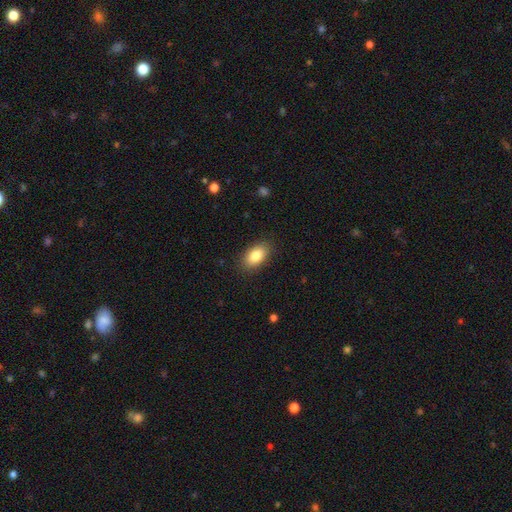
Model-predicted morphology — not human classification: Smooth or featured: smooth — 85% (featured or disk — 8%)
How rounded: in between — 92% (round — 6%)
Merging: none — 87% (minor disturbance — 10%)